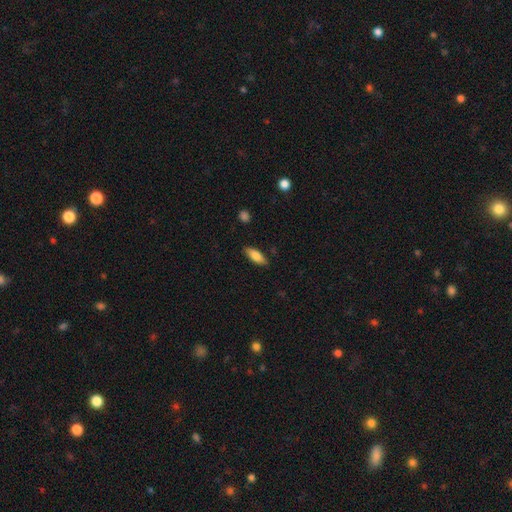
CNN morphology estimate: Smooth or featured: smooth — 80% (featured or disk — 14%)
How rounded: in between — 70% (cigar-shaped — 28%)
Merging: none — 84% (minor disturbance — 12%)